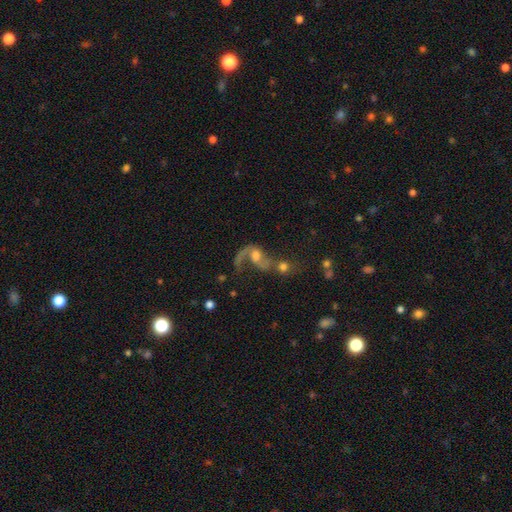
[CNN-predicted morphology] Smooth or featured?
  - featured or disk: 69% *
  - smooth: 17%
  - star or artifact: 13%
Edge-on disk?
  - no: 95% *
  - yes: 5%
Bar?
  - no: 59% *
  - weak: 31%
  - strong: 10%
Spiral arms?
  - yes: 82% *
  - no: 18%
Spiral winding?
  - loose: 76% *
  - medium: 19%
  - tight: 5%
Spiral arm count?
  - 1: 48% *
  - 2: 44%
  - can't tell: 5%
  - 3: 1%
  - 4: 1%
  - more than 4: 1%
Bulge size?
  - moderate: 48% *
  - small: 26%
  - large: 13%
  - none: 10%
  - dominant: 3%
Merging?
  - merger: 51% *
  - major disturbance: 21%
  - none: 19%
  - minor disturbance: 8%